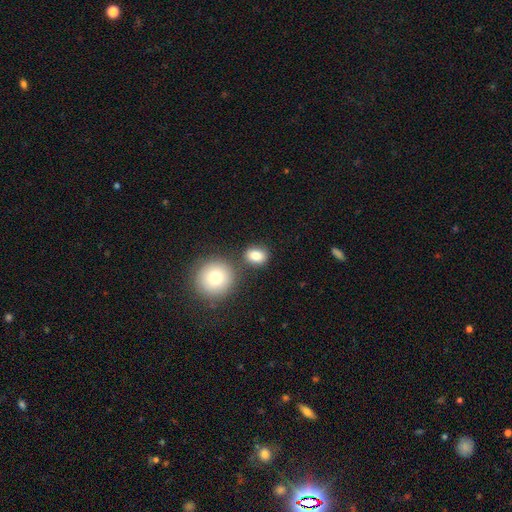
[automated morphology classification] Overall: smooth (84%). How rounded: in between (52%; round 47%). Merging: none (71%).